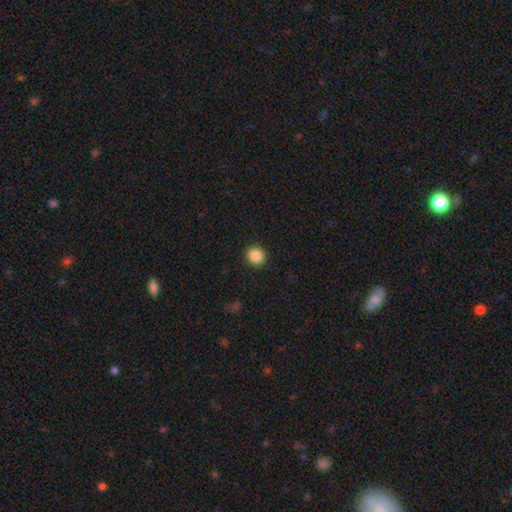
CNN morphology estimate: A smooth galaxy with no disk features (87%) that is round (87%). Merging: none (92%).